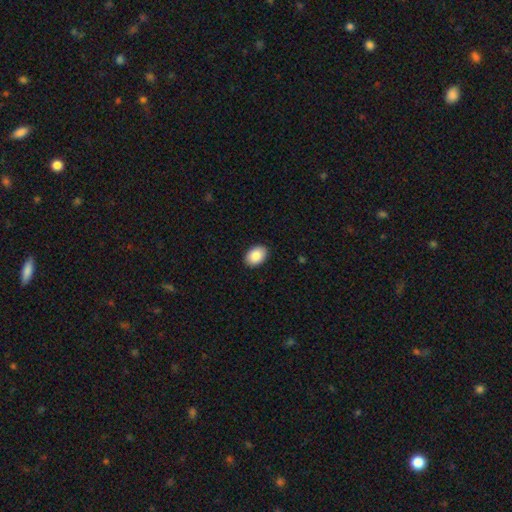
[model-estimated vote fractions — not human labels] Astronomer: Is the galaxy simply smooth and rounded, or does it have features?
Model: smooth — 88%.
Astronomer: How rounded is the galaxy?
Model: in between — 83%.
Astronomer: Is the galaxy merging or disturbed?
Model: none — 90%.